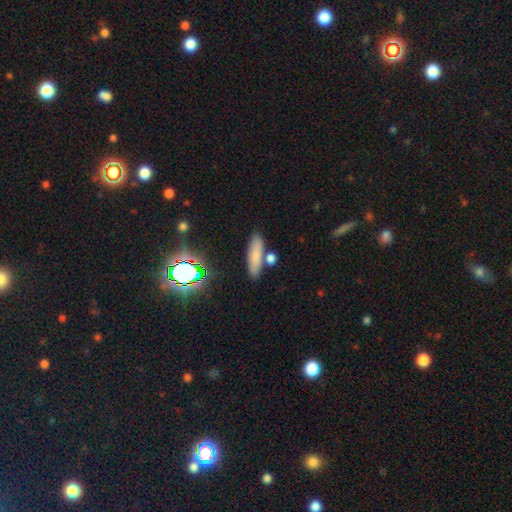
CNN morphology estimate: This is likely a smooth galaxy (76%). How rounded: likely cigar-shaped (60%). Merging: likely none (75%).